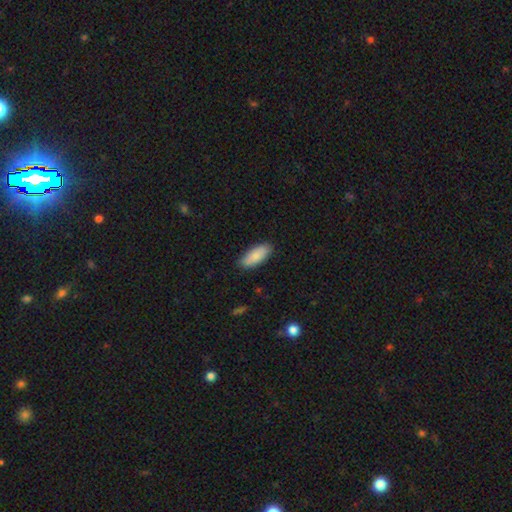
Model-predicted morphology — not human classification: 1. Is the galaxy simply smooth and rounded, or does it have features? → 87% smooth, 7% featured or disk, 6% star or artifact.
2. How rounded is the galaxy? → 76% in between, 22% cigar-shaped, 2% round.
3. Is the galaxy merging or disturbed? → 87% none, 10% minor disturbance, 2% major disturbance, 1% merger.